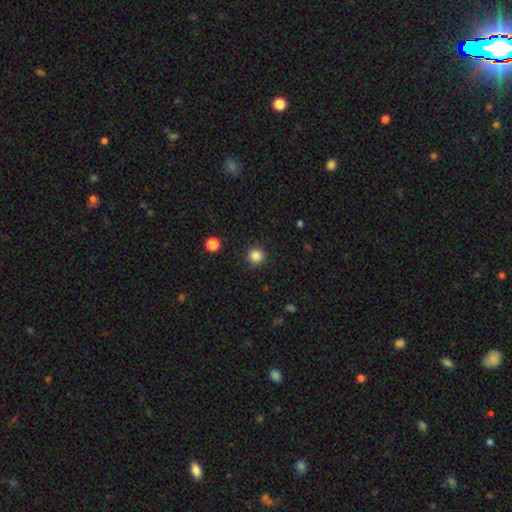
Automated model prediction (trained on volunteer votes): Overall: smooth (85%). How rounded: round (95%). Merging: none (91%).